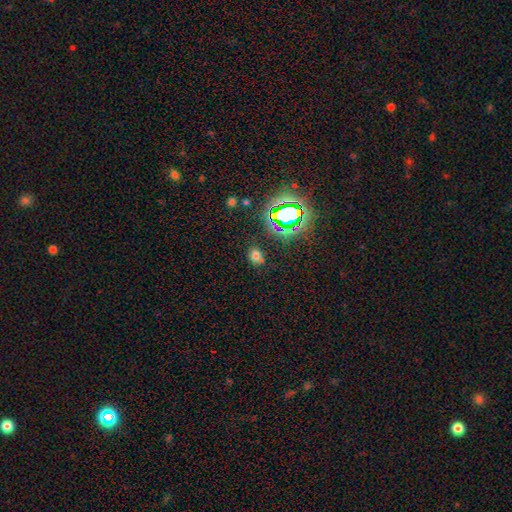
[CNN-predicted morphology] type=smooth (62%); roundness=in between (54%); merging=none (75%).